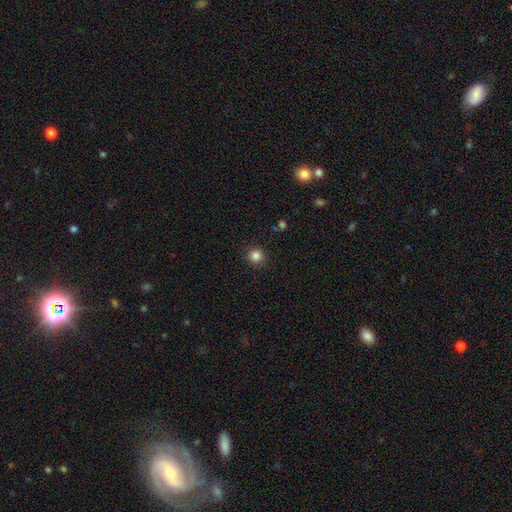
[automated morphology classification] Overall: smooth (85%). How rounded: round (93%). Merging: none (91%).